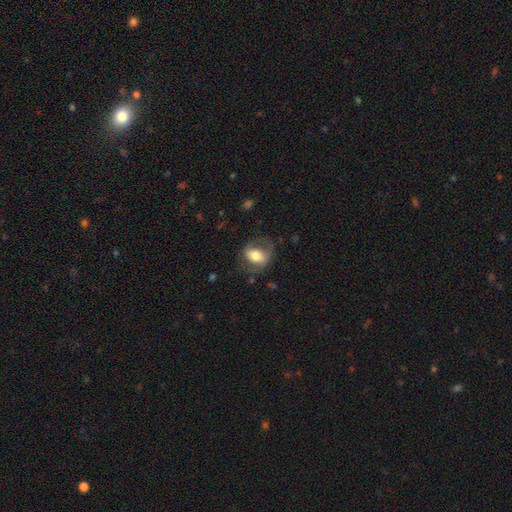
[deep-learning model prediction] Overall: smooth (47%; featured or disk 46%). Merging: none (57%; minor disturbance 22%).